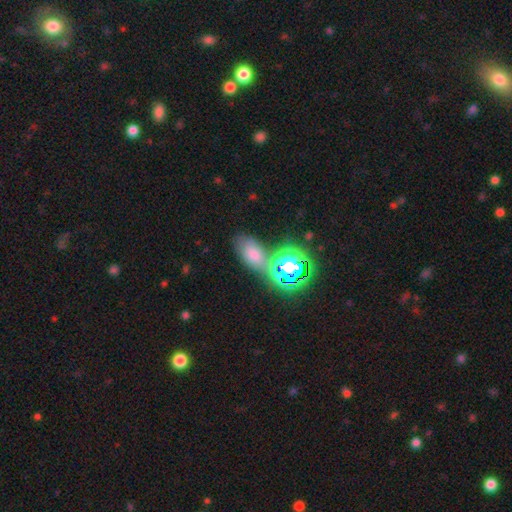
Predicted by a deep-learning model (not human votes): Q: Smooth or featured?
A: smooth (55%); runner-up: star or artifact (33%)
Q: How rounded?
A: in between (82%); runner-up: round (14%)
Q: Merging?
A: none (50%); runner-up: merger (29%)